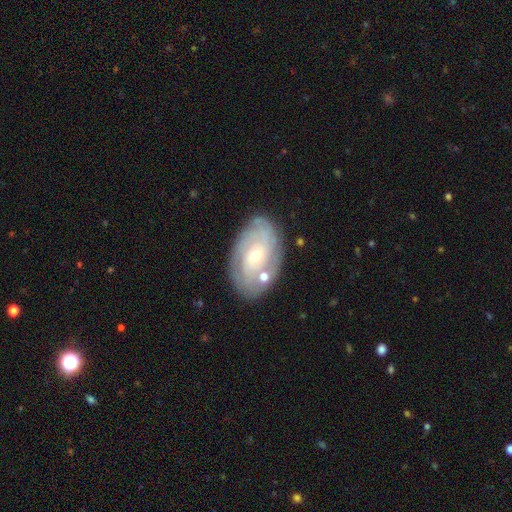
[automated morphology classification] A featured or disk galaxy (74%) with no bar (75%), tight (72%) spiral arms (84%) and a small central bulge (51%). Merging: none (75%).